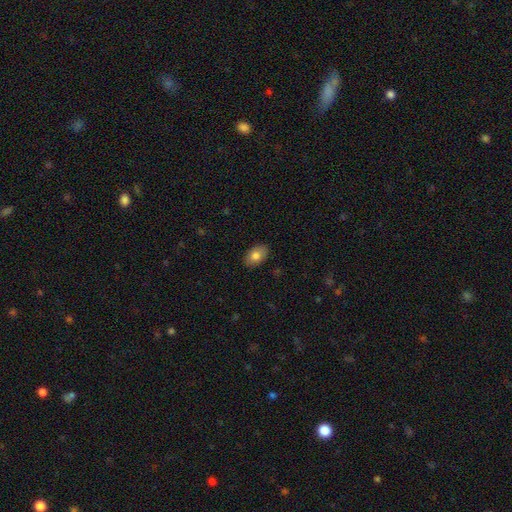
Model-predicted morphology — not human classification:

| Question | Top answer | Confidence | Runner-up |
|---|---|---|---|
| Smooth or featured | smooth | 80% | featured or disk (13%) |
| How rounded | in between | 89% | round (10%) |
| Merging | none | 88% | minor disturbance (9%) |